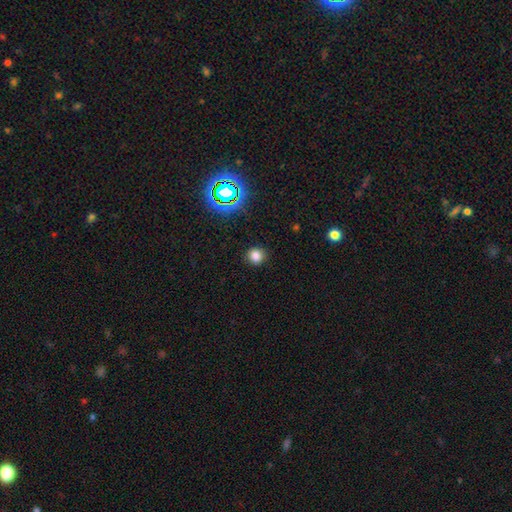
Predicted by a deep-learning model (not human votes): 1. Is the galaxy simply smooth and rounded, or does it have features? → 78% smooth, 17% star or artifact, 5% featured or disk.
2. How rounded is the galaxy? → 87% round, 12% in between, 1% cigar-shaped.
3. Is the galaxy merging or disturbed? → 89% none, 7% minor disturbance, 2% major disturbance, 1% merger.